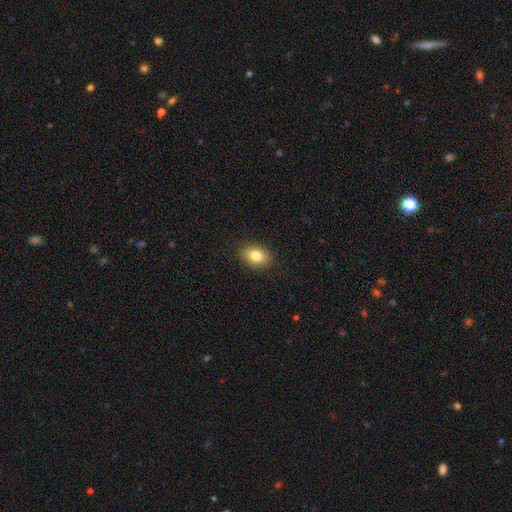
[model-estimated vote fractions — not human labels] A smooth galaxy with no disk features (81%) that is in between round and cigar-shaped (78%). Merging: none (88%).